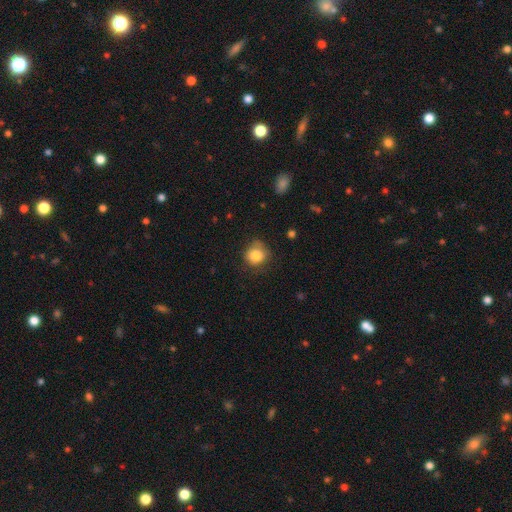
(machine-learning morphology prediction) This is clearly a smooth galaxy (82%). How rounded: clearly round (84%). Merging: likely none (65%).